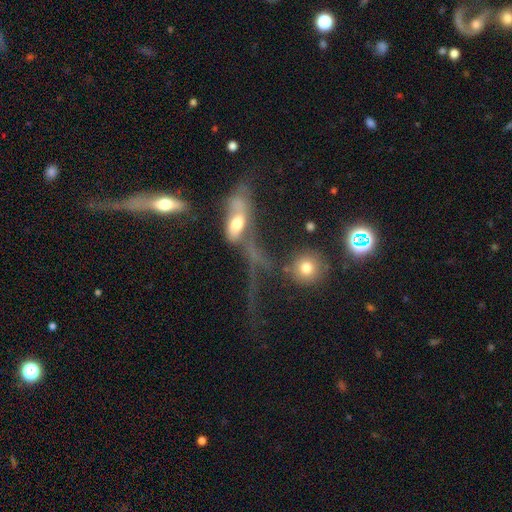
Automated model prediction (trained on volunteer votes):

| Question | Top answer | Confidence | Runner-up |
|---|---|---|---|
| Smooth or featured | featured or disk | 44% | smooth (39%) |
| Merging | major disturbance | 45% | merger (26%) |